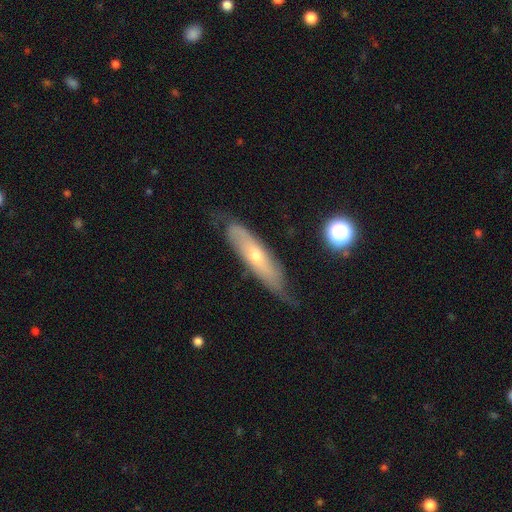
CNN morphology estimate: Smooth or featured? Predicted: featured or disk (p=0.62). Edge-on disk? Predicted: no (p=0.55). Merging? Predicted: none (p=0.68).